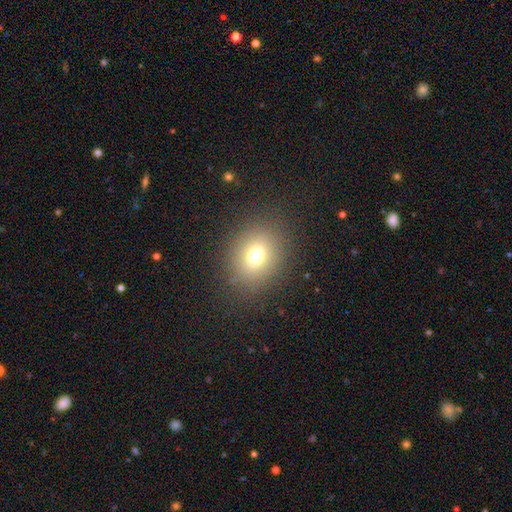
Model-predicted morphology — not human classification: smooth-or-featured: smooth: 72% | star or artifact: 17% | featured or disk: 11%
  how-rounded: round: 65% | in between: 34% | cigar-shaped: 1%
  merging: none: 85% | minor disturbance: 8% | major disturbance: 5% | merger: 1%